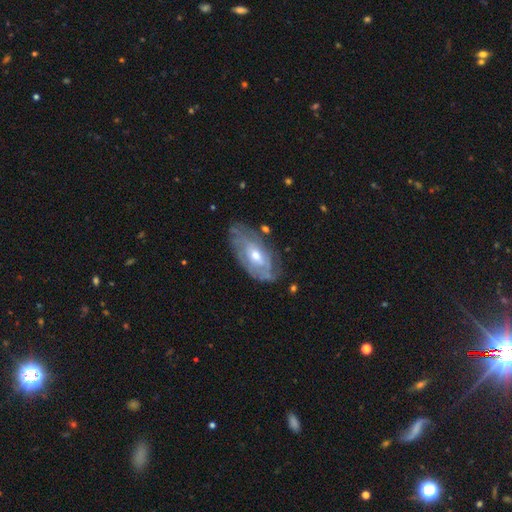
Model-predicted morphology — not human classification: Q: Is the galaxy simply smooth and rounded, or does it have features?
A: featured or disk — 76%.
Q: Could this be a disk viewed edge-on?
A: no — 91%.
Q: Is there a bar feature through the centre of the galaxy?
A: no — 60%.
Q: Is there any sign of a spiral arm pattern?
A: yes — 81%.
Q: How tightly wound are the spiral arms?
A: tight — 64%.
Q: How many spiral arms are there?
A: can't tell — 57%.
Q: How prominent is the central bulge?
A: moderate — 66%.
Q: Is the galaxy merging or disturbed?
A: none — 68%.